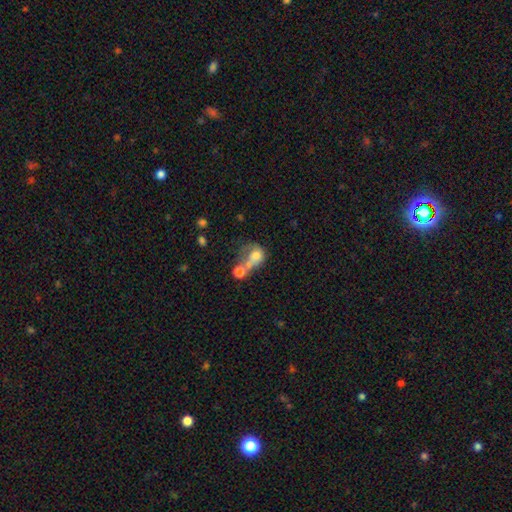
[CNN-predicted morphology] smooth_or_featured: smooth (p=0.60) [alt: featured or disk p=0.27]
how_rounded: in between (p=0.49) [tied with: round p=0.49]
merging: merger (p=0.44) [alt: major disturbance p=0.27]